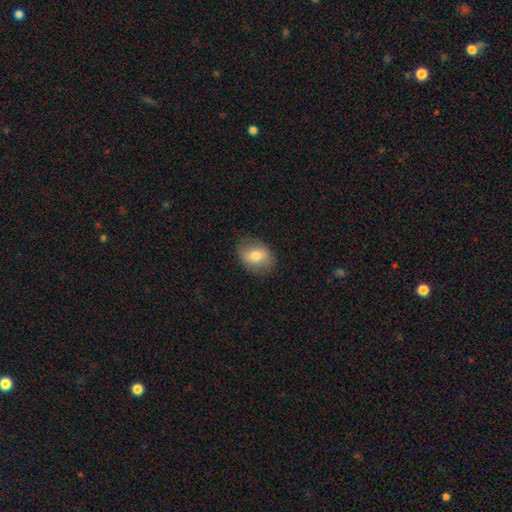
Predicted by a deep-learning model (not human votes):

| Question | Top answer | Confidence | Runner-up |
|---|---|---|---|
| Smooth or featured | smooth | 70% | featured or disk (22%) |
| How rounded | in between | 67% | round (32%) |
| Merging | none | 83% | minor disturbance (13%) |